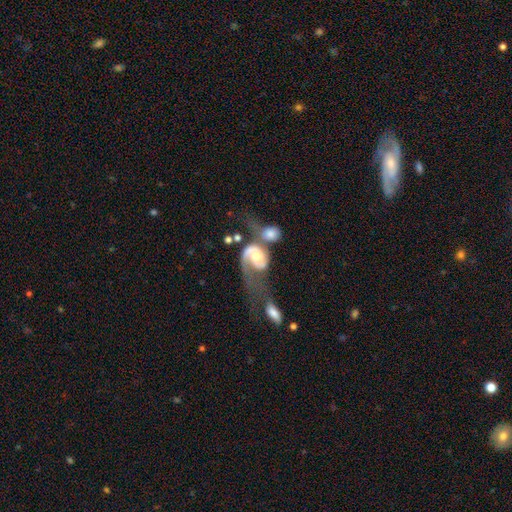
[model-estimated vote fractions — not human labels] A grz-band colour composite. It shows a featured or disk galaxy (83%) with no bar (60%), 2 (62%) medium (39%, tied with loose) spiral arms (94%) and a moderate central bulge (59%). Merging: merger (58%).